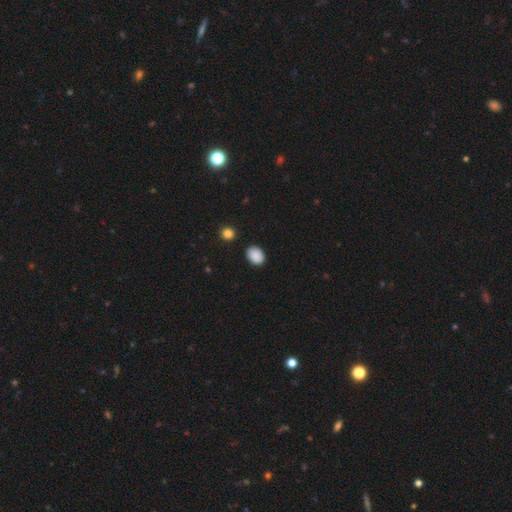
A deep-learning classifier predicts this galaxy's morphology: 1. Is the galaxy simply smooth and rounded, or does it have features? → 90% smooth, 8% star or artifact, 3% featured or disk.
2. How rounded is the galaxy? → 70% in between, 29% round, 1% cigar-shaped.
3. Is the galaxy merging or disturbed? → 87% none, 9% minor disturbance, 2% major disturbance, 2% merger.